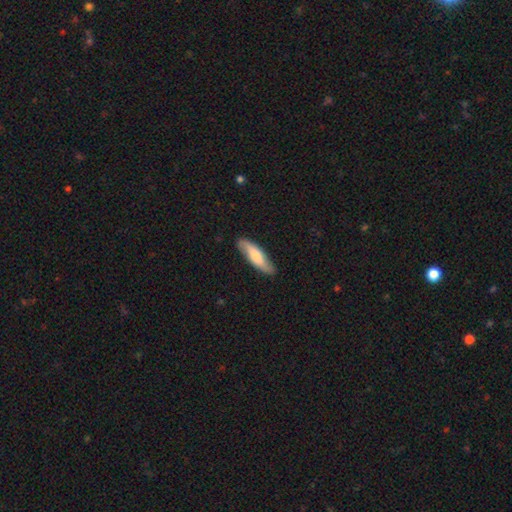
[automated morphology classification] Smooth or featured? smooth (55%)
How rounded? cigar-shaped (60%)
Merging? none (85%)